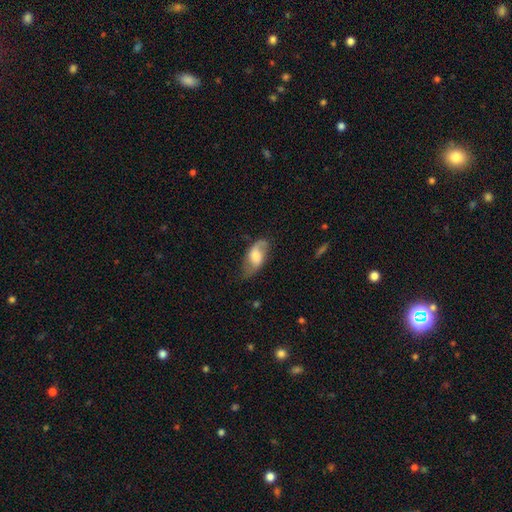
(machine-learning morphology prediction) featured or disk 48%, smooth 46%, star or artifact 7%. Down the decision tree: merging — none (60%).